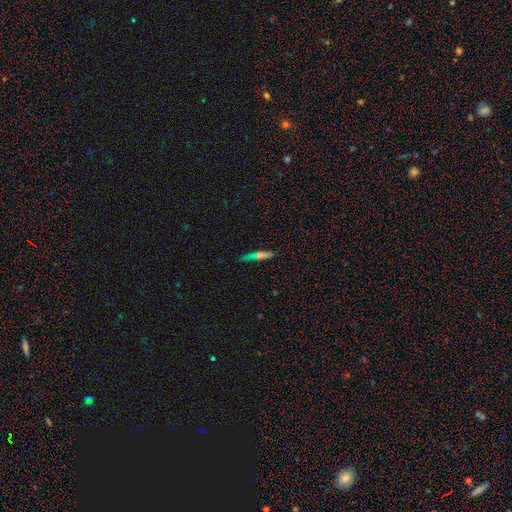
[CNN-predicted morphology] Smooth or featured: featured or disk — 52% (smooth — 37%)
Edge-on disk: yes — 92% (no — 8%)
Merging: none — 83% (minor disturbance — 12%)